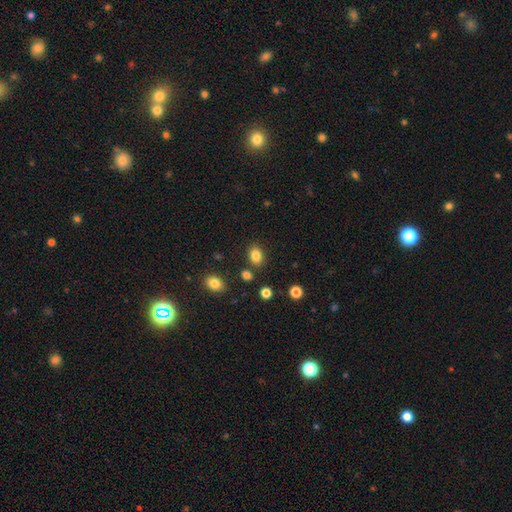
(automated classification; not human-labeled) A smooth galaxy with no disk features (84%) that is in between round and cigar-shaped (69%).

Vote fractions:
- Smooth or featured? smooth: 84% / star or artifact: 11% / featured or disk: 5%
- How rounded? in between: 69% / round: 30% / cigar-shaped: 1%
- Merging? none: 82% / minor disturbance: 10% / merger: 5% / major disturbance: 3%